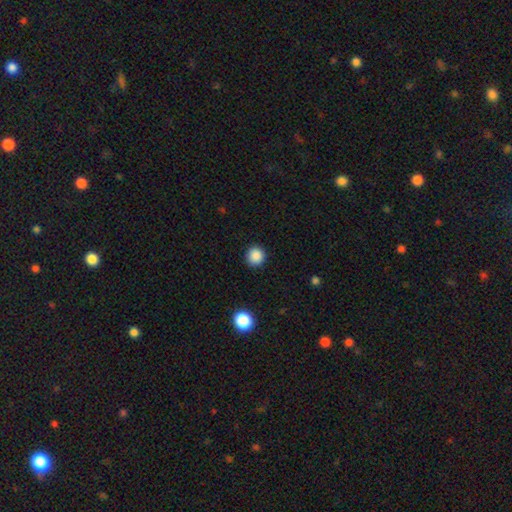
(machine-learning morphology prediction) A smooth galaxy with no disk features (87%) that is round (93%). Merging: none (91%).